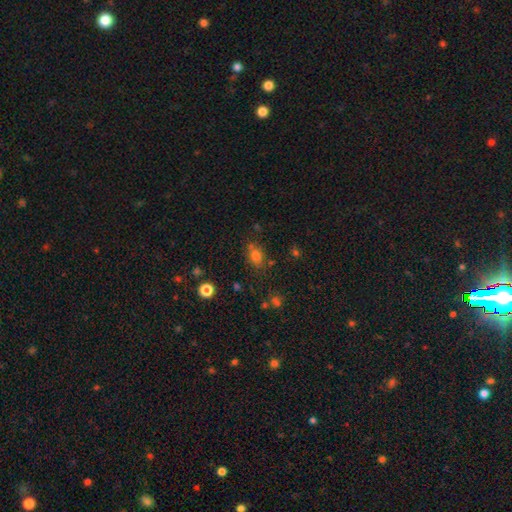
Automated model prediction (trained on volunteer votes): smooth_or_featured: smooth (p=0.75) [alt: star or artifact p=0.16]
how_rounded: in between (p=0.65) [alt: round p=0.33]
merging: none (p=0.70) [alt: minor disturbance p=0.17]